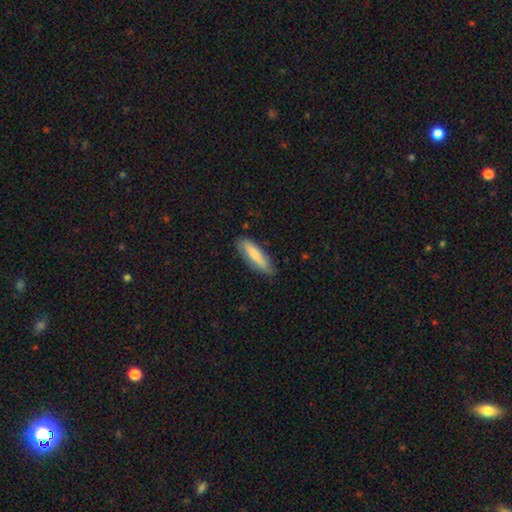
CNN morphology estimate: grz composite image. It shows a smooth galaxy with no disk features (77%) that is cigar-shaped (65%). Merging: none (80%).